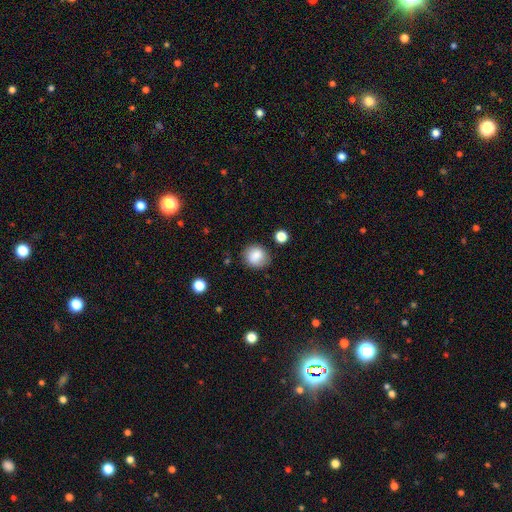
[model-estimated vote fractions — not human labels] smooth_or_featured: smooth (p=0.85) [alt: star or artifact p=0.09]
how_rounded: round (p=0.79) [alt: in between p=0.20]
merging: none (p=0.81) [alt: minor disturbance p=0.13]